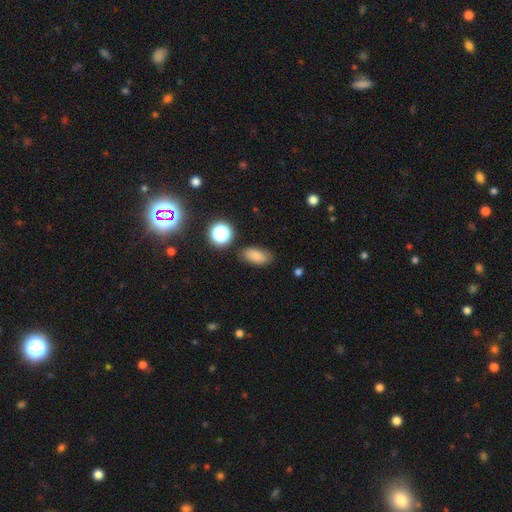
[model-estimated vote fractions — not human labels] smooth_or_featured: smooth (p=0.80) [alt: star or artifact p=0.12]
how_rounded: in between (p=0.88) [alt: round p=0.08]
merging: none (p=0.79) [alt: minor disturbance p=0.14]